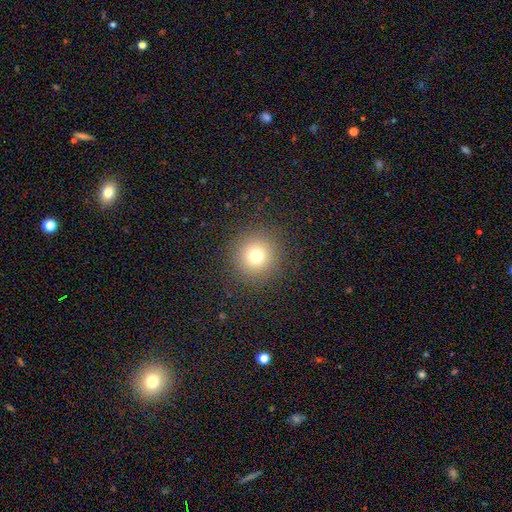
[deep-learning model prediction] Smooth or featured? smooth (74%)
How rounded? round (94%)
Merging? none (89%)